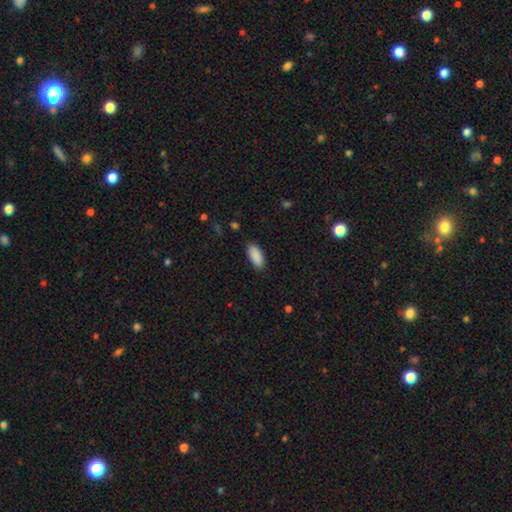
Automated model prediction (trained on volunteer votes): Smooth or featured: smooth — 90% (star or artifact — 6%)
How rounded: in between — 89% (cigar-shaped — 10%)
Merging: none — 89% (minor disturbance — 8%)